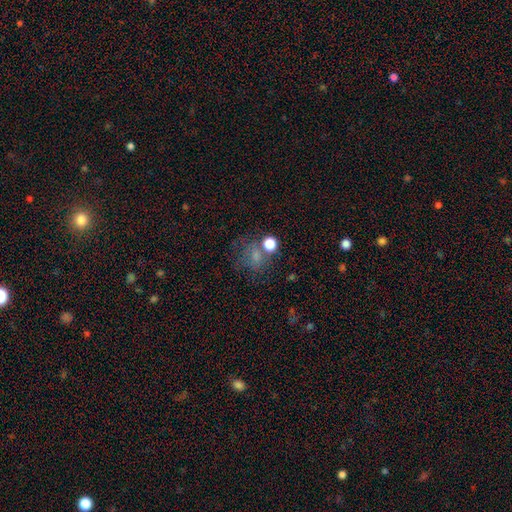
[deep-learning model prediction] smooth-or-featured: smooth: 61% | star or artifact: 24% | featured or disk: 15%
  how-rounded: round: 67% | in between: 32% | cigar-shaped: 1%
  merging: none: 52% | merger: 17% | minor disturbance: 16% | major disturbance: 15%